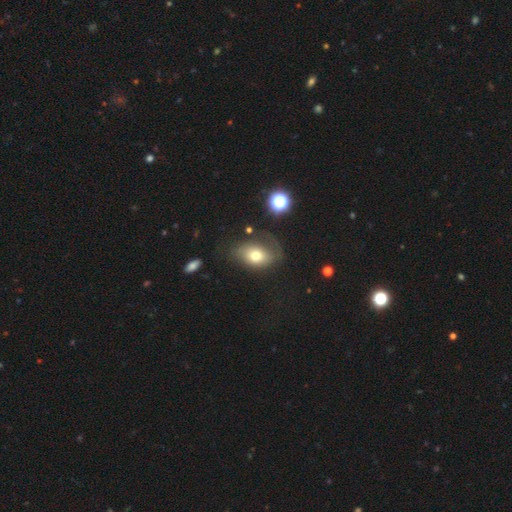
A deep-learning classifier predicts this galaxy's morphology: This appears to be a smooth galaxy with no disk features (65%) that is in between round and cigar-shaped (74%). Merging: none (46%).